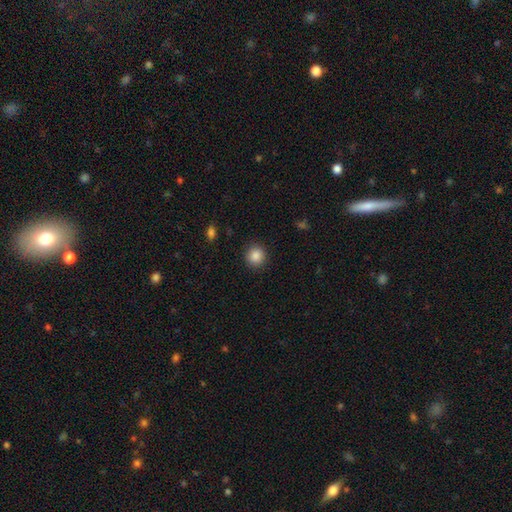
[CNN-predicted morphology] smooth 87%, star or artifact 9%, featured or disk 4%. Down the decision tree: how rounded — round (91%); merging — none (91%).